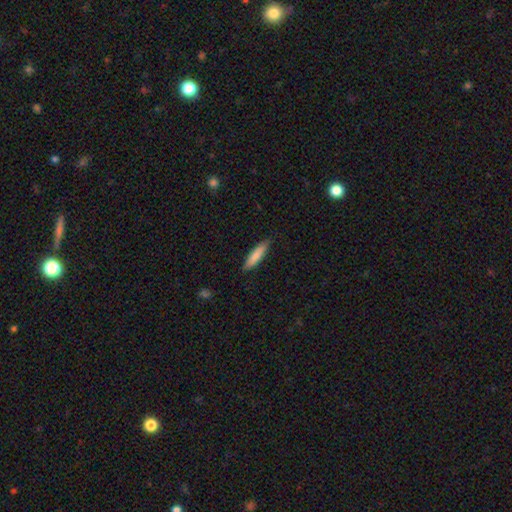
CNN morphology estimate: smooth_or_featured: smooth (p=0.81) [alt: featured or disk p=0.13]
how_rounded: cigar-shaped (p=0.80) [alt: in between p=0.18]
merging: none (p=0.86) [alt: minor disturbance p=0.11]